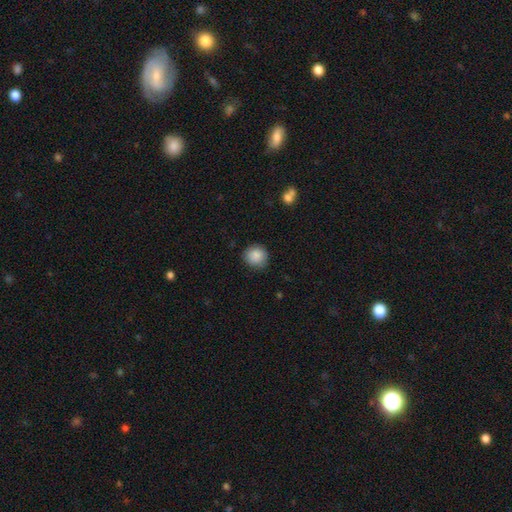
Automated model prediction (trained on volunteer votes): Smooth or featured: smooth — 88% (star or artifact — 8%)
How rounded: round — 91% (in between — 8%)
Merging: none — 84% (minor disturbance — 12%)